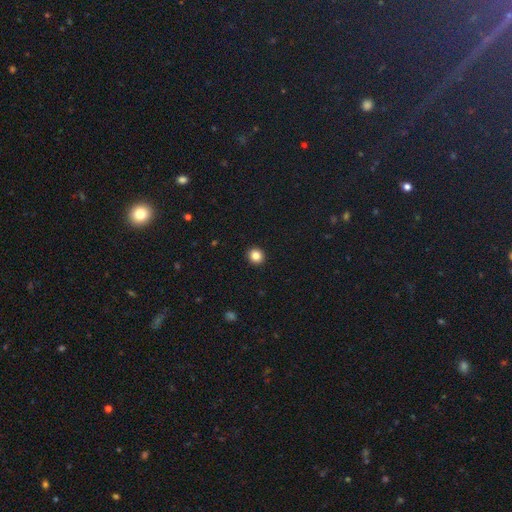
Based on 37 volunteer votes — This is clearly a smooth galaxy (86%). How rounded: clearly round (88%). Merging: clearly none (97%).